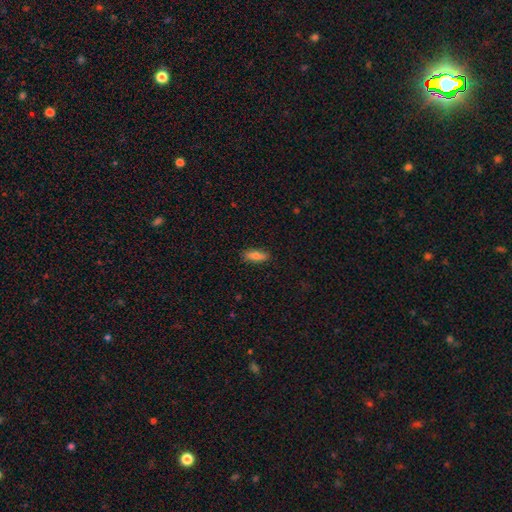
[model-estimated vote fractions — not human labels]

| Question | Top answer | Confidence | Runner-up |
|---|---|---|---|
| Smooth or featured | smooth | 79% | featured or disk (14%) |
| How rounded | in between | 60% | cigar-shaped (38%) |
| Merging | none | 87% | minor disturbance (10%) |